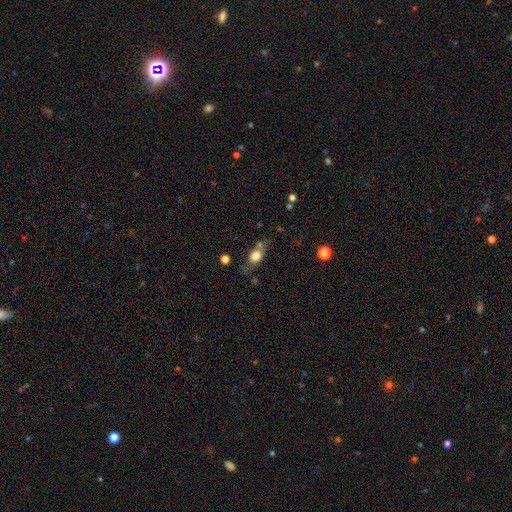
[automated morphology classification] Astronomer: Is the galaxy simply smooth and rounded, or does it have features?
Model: smooth — 68%.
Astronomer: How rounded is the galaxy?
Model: in between — 57%.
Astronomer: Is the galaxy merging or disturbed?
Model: none — 55%.